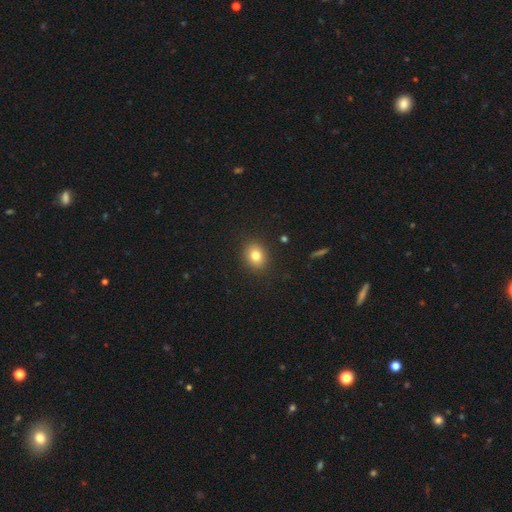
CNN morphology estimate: Smooth or featured? smooth (81%)
How rounded? round (57%)
Merging? none (89%)